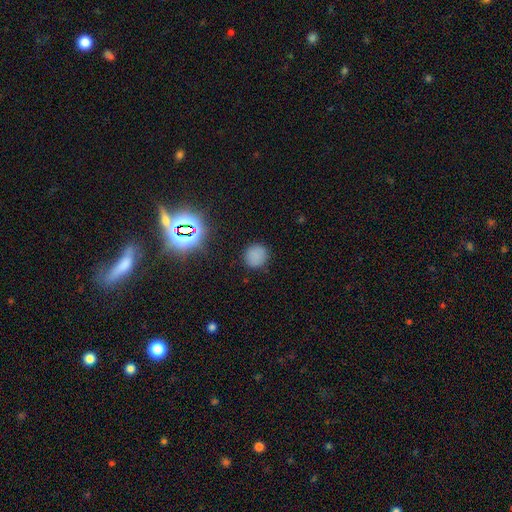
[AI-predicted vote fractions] The model was most divided on "smooth or featured": smooth: 78%, star or artifact: 17%, featured or disk: 5%. More confident: how rounded — round (89%); merging — none (87%).